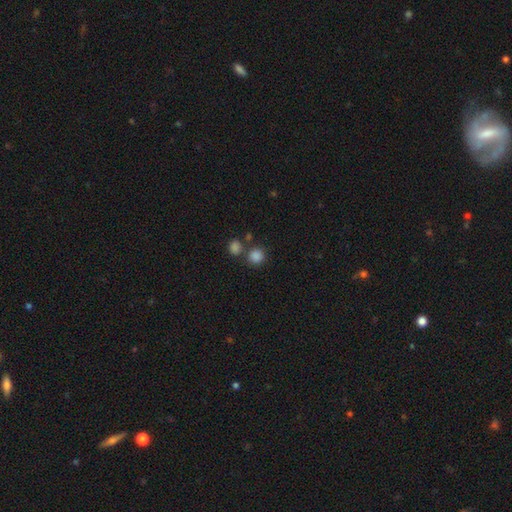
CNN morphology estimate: smooth_or_featured: smooth (p=0.84) [alt: star or artifact p=0.12]
how_rounded: round (p=0.89) [alt: in between p=0.10]
merging: none (p=0.68) [alt: merger p=0.20]